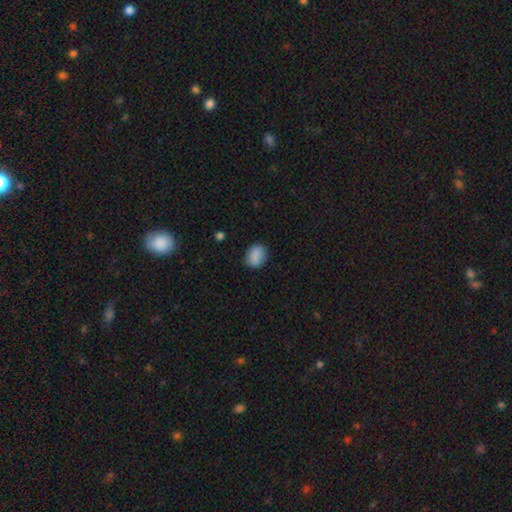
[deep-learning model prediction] Smooth or featured? Predicted: smooth (p=0.86). How rounded? Predicted: in between (p=0.53). Merging? Predicted: none (p=0.82).